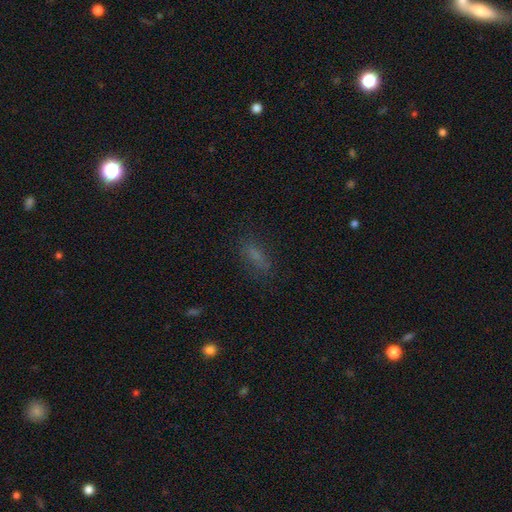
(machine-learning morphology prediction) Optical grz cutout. It shows a smooth galaxy with no disk features (66%) that is in between round and cigar-shaped (55%). Merging: none (76%).